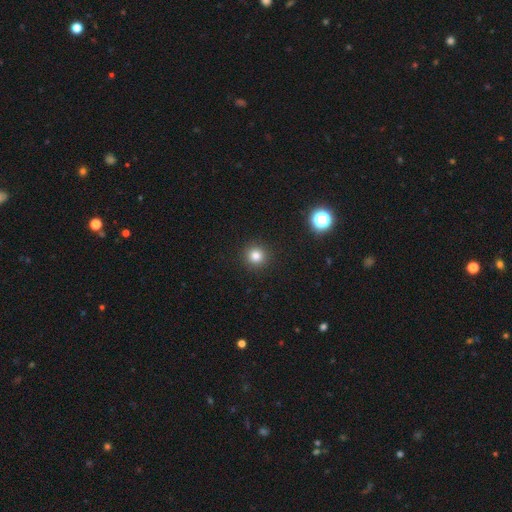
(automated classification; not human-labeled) This appears to be a smooth galaxy with no disk features (81%) that is round (94%). Merging: none (92%).